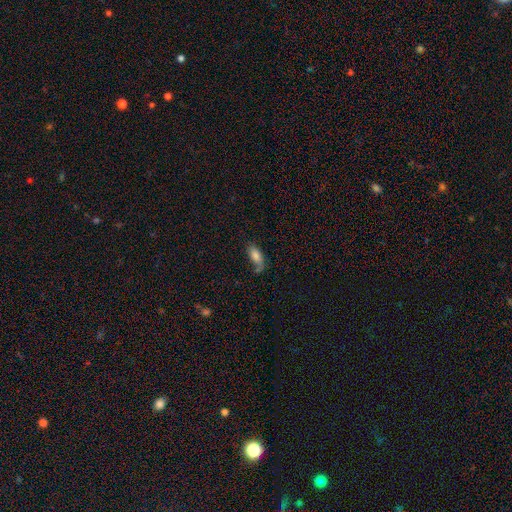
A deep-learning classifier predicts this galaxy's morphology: A smooth galaxy with no disk features (78%) that is in between round and cigar-shaped (85%). Merging: none (49%).